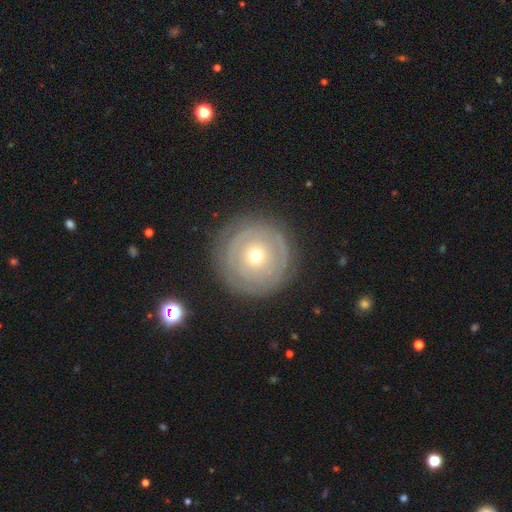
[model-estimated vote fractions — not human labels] Q: Smooth or featured?
A: featured or disk (58%); runner-up: smooth (35%)
Q: Edge-on disk?
A: no (96%); runner-up: yes (4%)
Q: Bar?
A: no (86%); runner-up: weak (11%)
Q: Spiral arms?
A: yes (51%); runner-up: no (49%)
Q: Bulge size?
A: small (49%); runner-up: moderate (46%)
Q: Merging?
A: none (81%); runner-up: minor disturbance (12%)